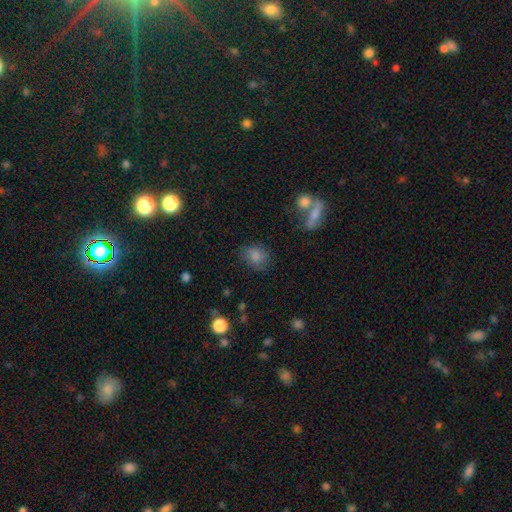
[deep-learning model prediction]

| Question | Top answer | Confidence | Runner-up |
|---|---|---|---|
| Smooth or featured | smooth | 82% | star or artifact (11%) |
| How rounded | round | 56% | in between (43%) |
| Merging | none | 74% | minor disturbance (17%) |